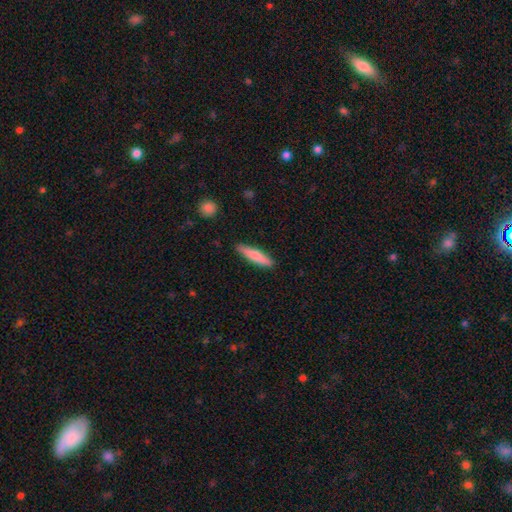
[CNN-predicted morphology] Smooth or featured? Predicted: smooth (p=0.74). How rounded? Predicted: cigar-shaped (p=0.84). Merging? Predicted: none (p=0.88).